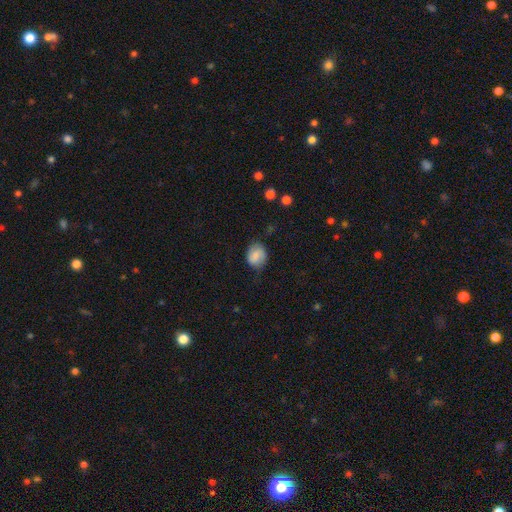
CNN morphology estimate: Smooth or featured? smooth (83%)
How rounded? round (56%)
Merging? none (64%)